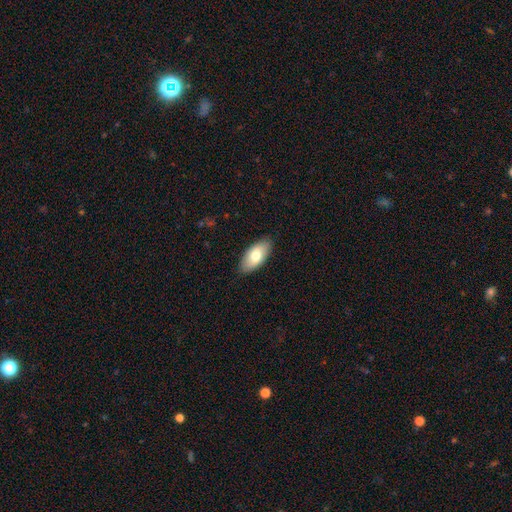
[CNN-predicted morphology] This is likely a smooth galaxy (73%). How rounded: clearly in between (92%). Merging: clearly none (87%).